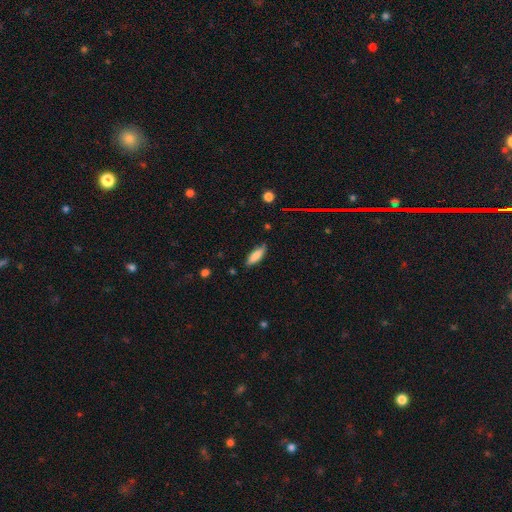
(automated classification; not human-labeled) A smooth galaxy with no disk features (81%) that is in between round and cigar-shaped (61%).

Vote fractions:
- Smooth or featured? smooth: 81% / featured or disk: 11% / star or artifact: 8%
- How rounded? in between: 61% / cigar-shaped: 37% / round: 2%
- Merging? none: 82% / minor disturbance: 14% / major disturbance: 2% / merger: 1%